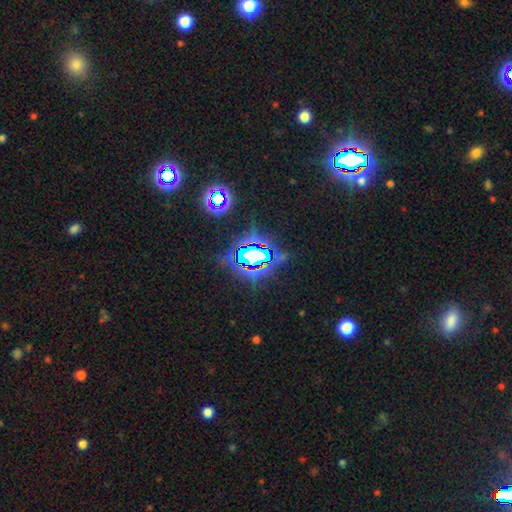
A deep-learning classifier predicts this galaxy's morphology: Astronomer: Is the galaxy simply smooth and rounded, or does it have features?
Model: star or artifact — 75%.